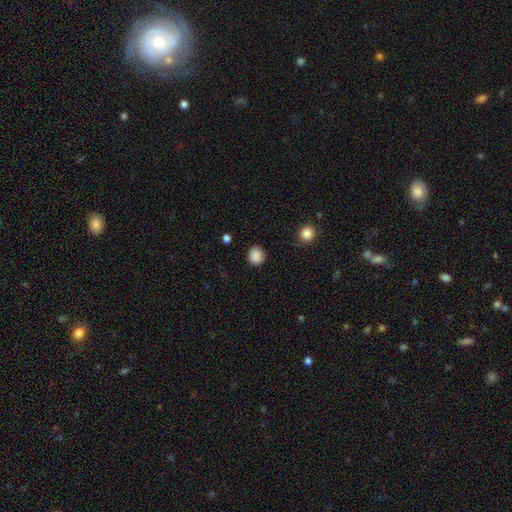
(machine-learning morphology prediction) This appears to be a smooth galaxy with no disk features (88%) that is round (82%). Merging: none (89%).